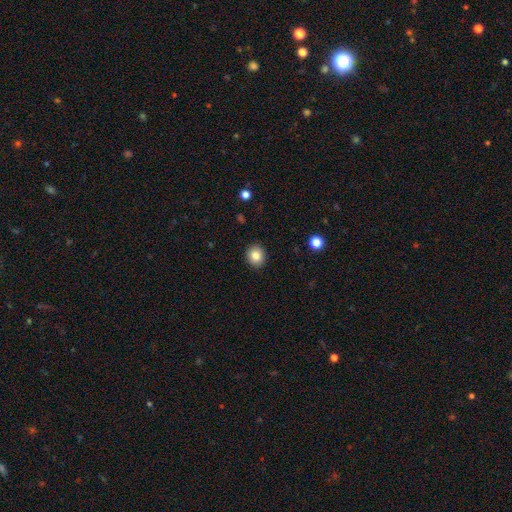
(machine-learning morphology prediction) The model was most divided on "how rounded": round: 77%, in between: 22%, cigar-shaped: 1%. More confident: merging — none (90%); smooth or featured — smooth (84%).